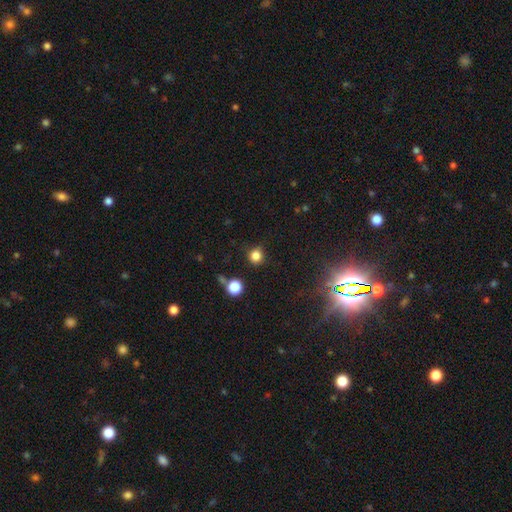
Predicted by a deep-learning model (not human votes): A smooth galaxy with no disk features (82%) that is round (91%). Merging: none (84%).